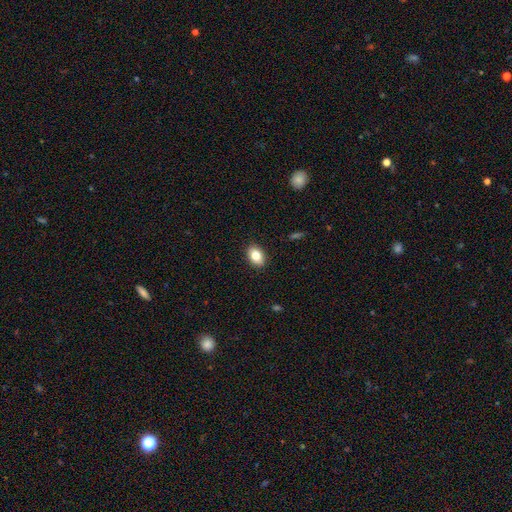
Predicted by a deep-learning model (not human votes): This is clearly a smooth galaxy (82%). How rounded: clearly in between (80%). Merging: clearly none (90%).